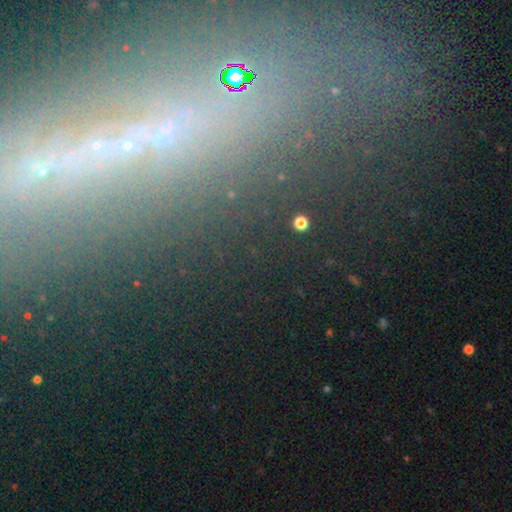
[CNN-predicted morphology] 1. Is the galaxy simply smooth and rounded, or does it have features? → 56% star or artifact, 22% smooth, 21% featured or disk.